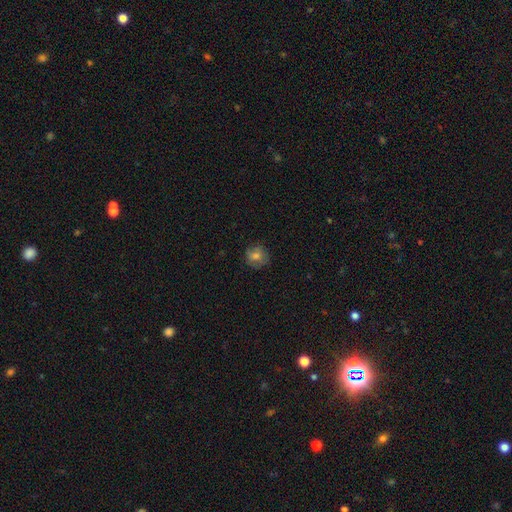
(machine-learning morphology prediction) The model was most divided on "smooth or featured": smooth: 71%, featured or disk: 16%, star or artifact: 13%. More confident: how rounded — round (86%); merging — none (77%).